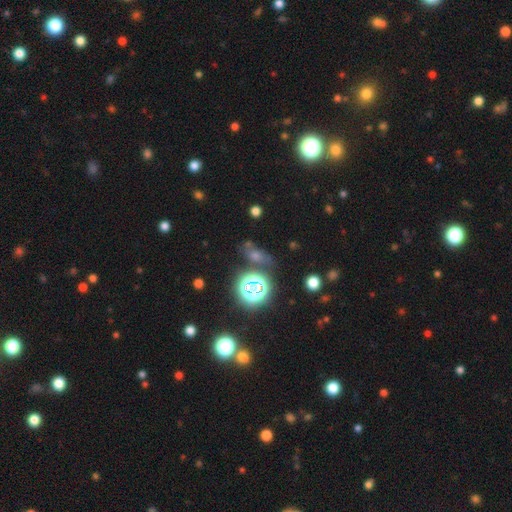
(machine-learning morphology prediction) This appears to be a star or artifact, not a galaxy (54%).